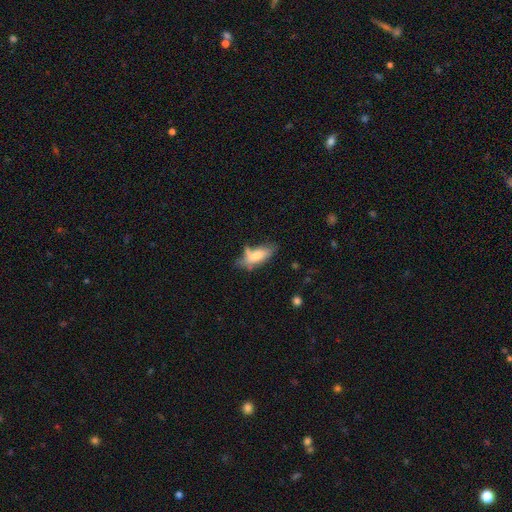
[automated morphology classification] Overall: smooth (68%). How rounded: in between (72%). Merging: none (46%; minor disturbance 27%).